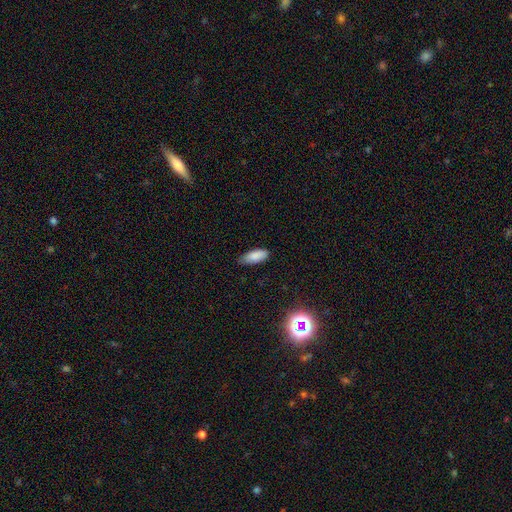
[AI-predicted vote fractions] The model was most divided on "merging": none: 76%, minor disturbance: 20%, major disturbance: 3%, merger: 1%. More confident: smooth or featured — smooth (86%); how rounded — in between (80%).